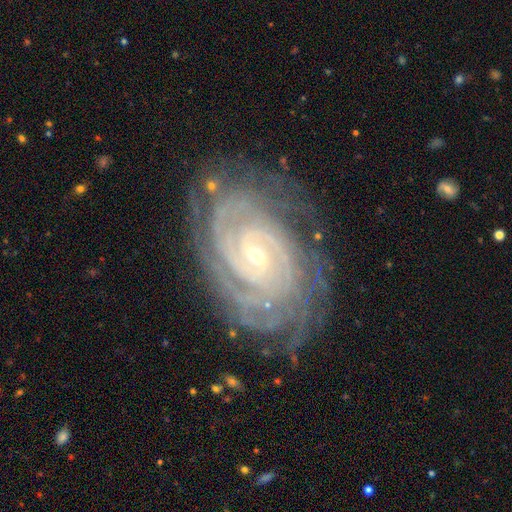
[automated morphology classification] type=featured or disk (91%); edge-on=no (96%); bar=no (44%); spiral arms=yes (98%); winding=tight (84%); arm count=4 (23%); bulge=small (74%); merging=none (78%).